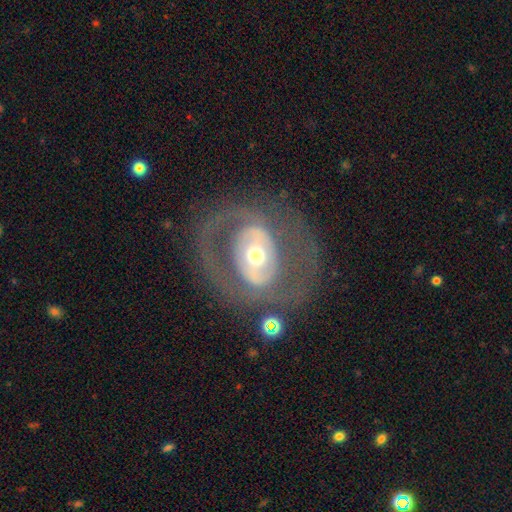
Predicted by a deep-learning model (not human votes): A featured or disk galaxy (75%) with no bar (48%), no spiral arms (50%, tied with yes) and a moderate central bulge (67%). Merging: none (68%).